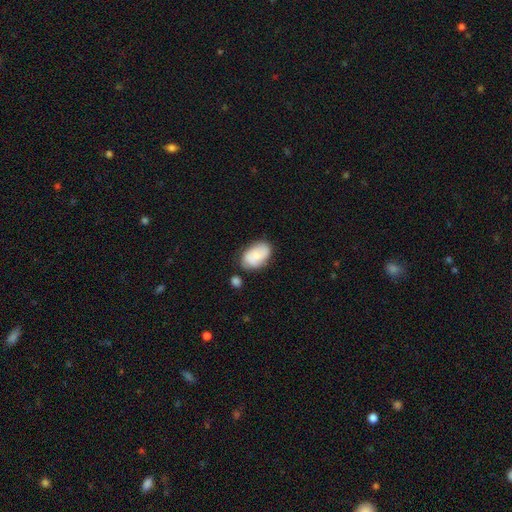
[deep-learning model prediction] Smooth or featured? smooth (67%)
How rounded? in between (91%)
Merging? none (66%)